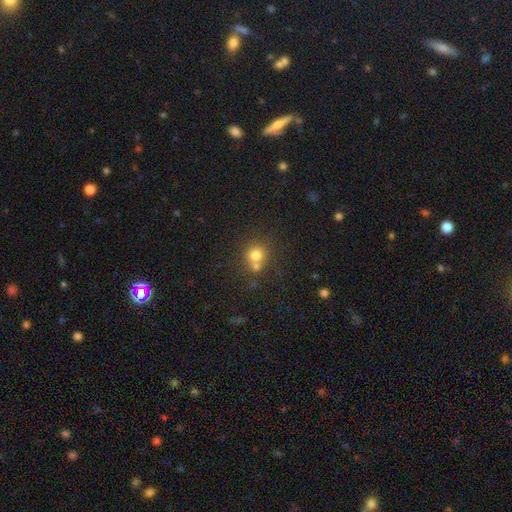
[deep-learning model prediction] Smooth or featured?
  - smooth: 75% *
  - star or artifact: 15%
  - featured or disk: 10%
How rounded?
  - round: 88% *
  - in between: 12%
  - cigar-shaped: 1%
Merging?
  - none: 54% *
  - merger: 35%
  - minor disturbance: 8%
  - major disturbance: 3%